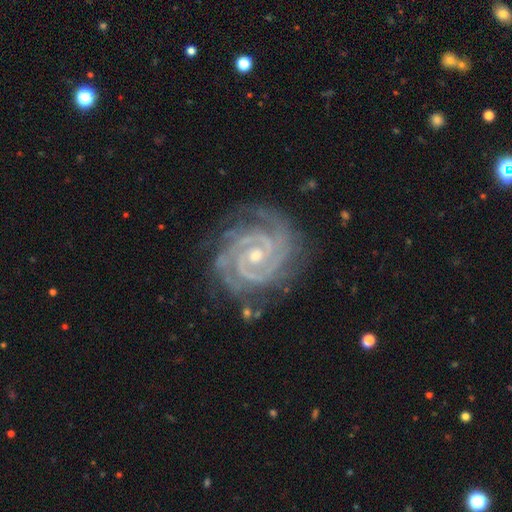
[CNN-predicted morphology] Smooth or featured? Predicted: featured or disk (p=0.93). Edge-on disk? Predicted: no (p=0.98). Bar? Predicted: no (p=0.49). Spiral arms? Predicted: yes (p=0.99). Spiral winding? Predicted: tight (p=0.82). Spiral arm count? Predicted: 2 (p=0.49). Bulge size? Predicted: small (p=0.57). Merging? Predicted: none (p=0.76).